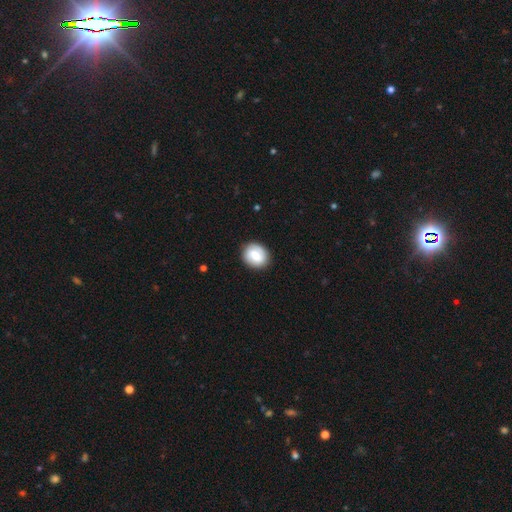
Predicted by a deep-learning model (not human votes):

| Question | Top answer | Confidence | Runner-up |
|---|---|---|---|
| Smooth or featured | smooth | 65% | featured or disk (28%) |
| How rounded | round | 66% | in between (33%) |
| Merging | none | 86% | minor disturbance (10%) |